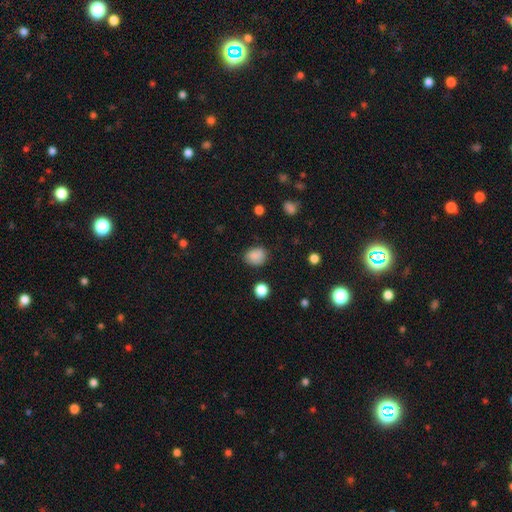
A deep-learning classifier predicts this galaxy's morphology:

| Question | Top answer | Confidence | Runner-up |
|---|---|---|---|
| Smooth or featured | smooth | 85% | star or artifact (10%) |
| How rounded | round | 56% | in between (43%) |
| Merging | none | 76% | minor disturbance (18%) |